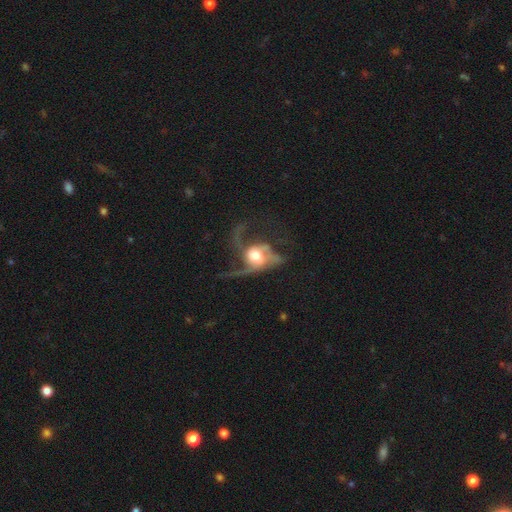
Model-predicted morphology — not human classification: Smooth or featured: featured or disk — 76% (smooth — 17%)
Edge-on disk: no — 95% (yes — 5%)
Bar: no — 64% (weak — 28%)
Spiral arms: yes — 84% (no — 16%)
Spiral winding: loose — 68% (medium — 26%)
Spiral arm count: 3 — 40% (2 — 25%)
Bulge size: large — 46% (moderate — 39%)
Merging: major disturbance — 52% (none — 28%)